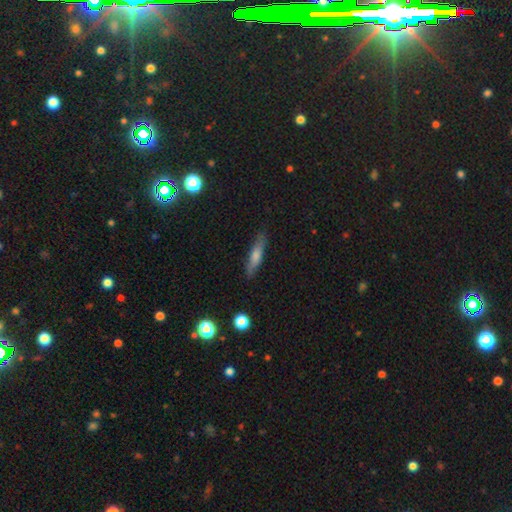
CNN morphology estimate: Overall: smooth (56%; featured or disk 36%). How rounded: cigar-shaped (84%). Merging: none (86%).